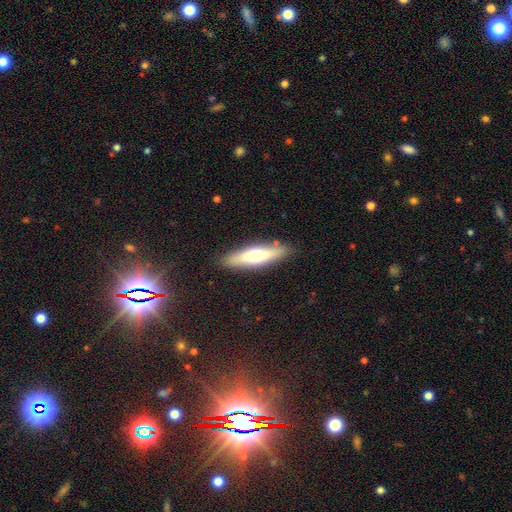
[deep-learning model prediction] smooth 58%, featured or disk 36%, star or artifact 6%. Down the decision tree: how rounded — cigar-shaped (73%); merging — none (86%).